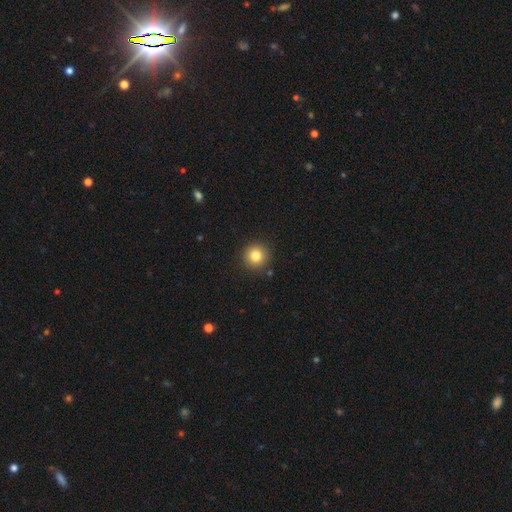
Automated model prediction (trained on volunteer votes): smooth 82%, star or artifact 11%, featured or disk 7%. Down the decision tree: how rounded — round (94%); merging — none (90%).